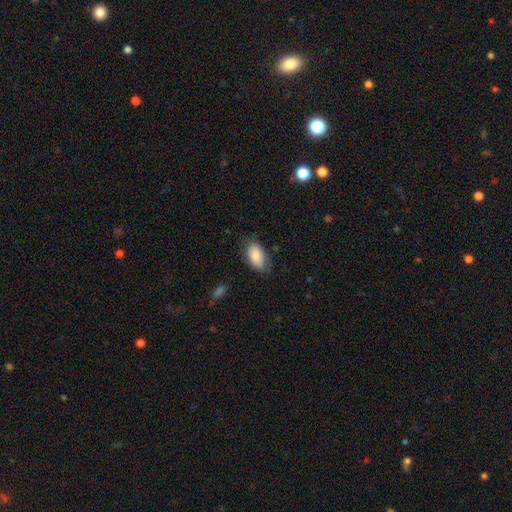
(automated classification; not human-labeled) This is clearly a smooth galaxy (85%). How rounded: clearly in between (93%). Merging: likely none (74%).